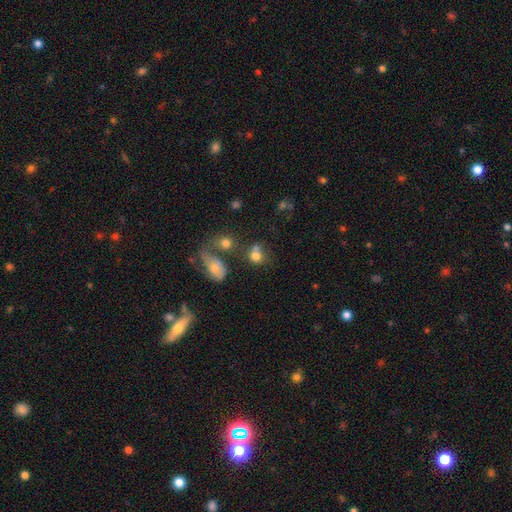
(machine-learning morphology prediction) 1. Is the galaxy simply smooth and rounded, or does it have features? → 74% smooth, 14% star or artifact, 13% featured or disk.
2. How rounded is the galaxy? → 70% round, 29% in between, 1% cigar-shaped.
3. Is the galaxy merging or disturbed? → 40% merger, 39% none, 12% minor disturbance, 8% major disturbance.